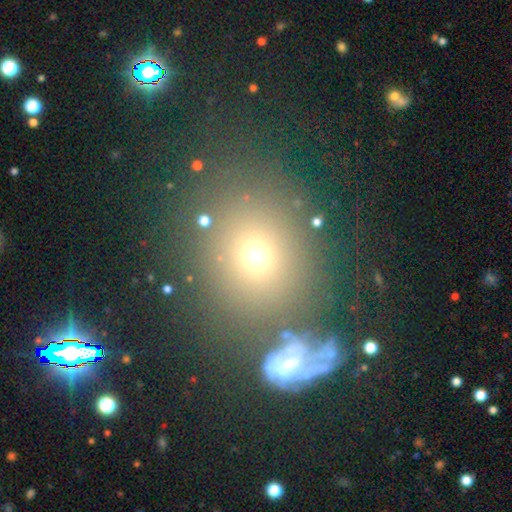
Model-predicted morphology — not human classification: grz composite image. It shows a smooth galaxy with no disk features (64%) that is round (75%). Merging: none (66%).